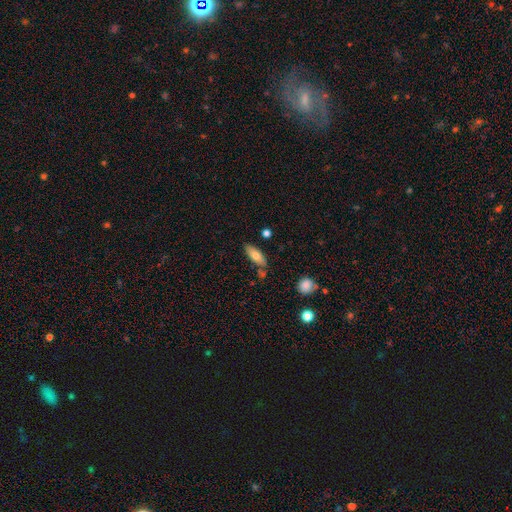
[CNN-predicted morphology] A smooth galaxy with no disk features (73%) that is in between round and cigar-shaped (71%). Merging: none (72%).